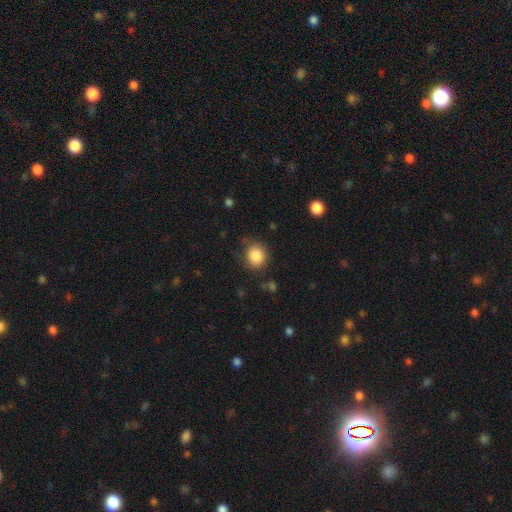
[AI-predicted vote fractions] Smooth or featured?
  - smooth: 87% *
  - star or artifact: 9%
  - featured or disk: 4%
How rounded?
  - round: 76% *
  - in between: 23%
  - cigar-shaped: 1%
Merging?
  - none: 79% *
  - minor disturbance: 14%
  - major disturbance: 4%
  - merger: 2%